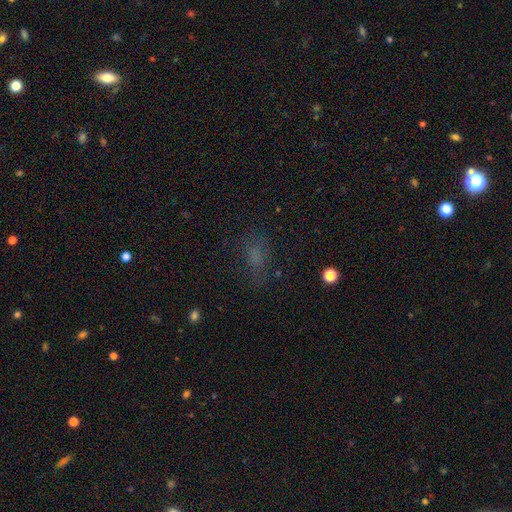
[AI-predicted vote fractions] This is likely a smooth galaxy (61%). How rounded: likely in between (78%). Merging: likely none (67%).